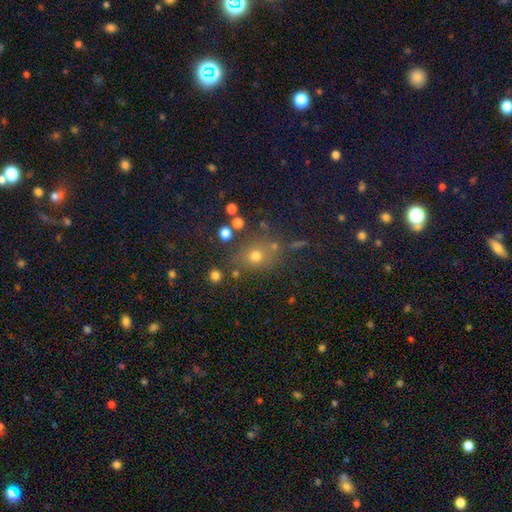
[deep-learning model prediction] Q: Smooth or featured?
A: smooth (65%); runner-up: star or artifact (23%)
Q: How rounded?
A: round (70%); runner-up: in between (28%)
Q: Merging?
A: none (72%); runner-up: minor disturbance (13%)